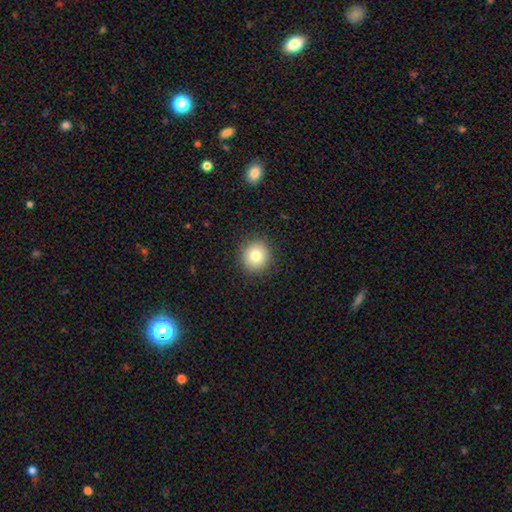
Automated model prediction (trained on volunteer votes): Q: Smooth or featured?
A: smooth (80%); runner-up: star or artifact (10%)
Q: How rounded?
A: round (92%); runner-up: in between (7%)
Q: Merging?
A: none (91%); runner-up: minor disturbance (6%)